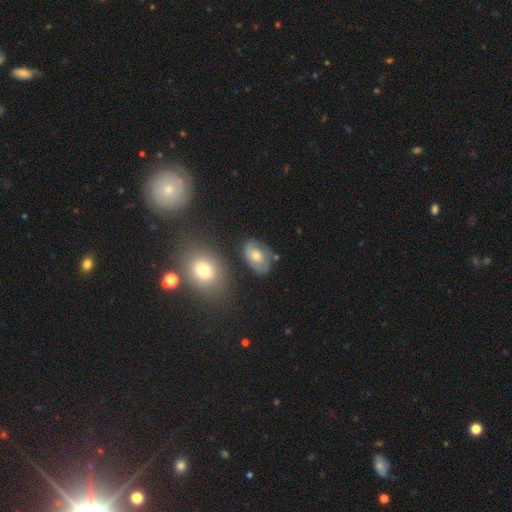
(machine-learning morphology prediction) Q: Smooth or featured?
A: featured or disk (49%); runner-up: smooth (43%)
Q: Merging?
A: none (67%); runner-up: minor disturbance (21%)